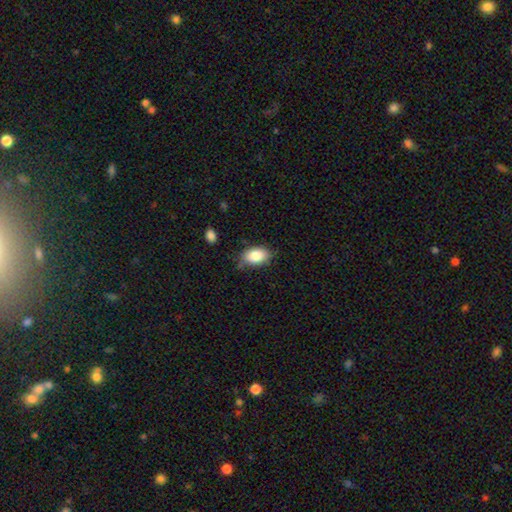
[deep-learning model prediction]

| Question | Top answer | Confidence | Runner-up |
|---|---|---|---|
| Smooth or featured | smooth | 85% | featured or disk (8%) |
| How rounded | in between | 90% | round (8%) |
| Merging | none | 75% | minor disturbance (19%) |